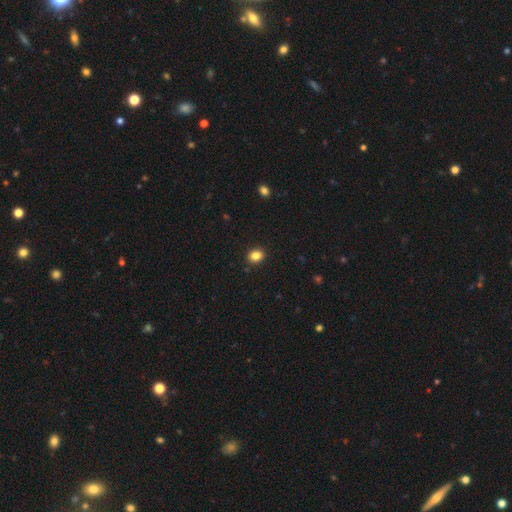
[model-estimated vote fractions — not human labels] The model was most divided on "how rounded": in between: 55%, round: 44%, cigar-shaped: 1%. More confident: merging — none (90%); smooth or featured — smooth (85%).